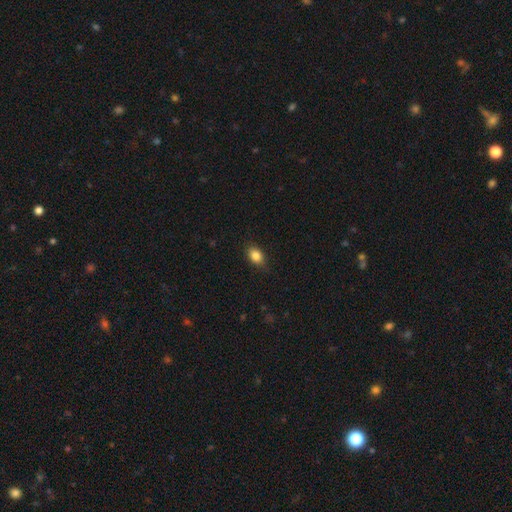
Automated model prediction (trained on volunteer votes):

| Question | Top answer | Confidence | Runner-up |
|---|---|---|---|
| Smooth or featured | smooth | 85% | star or artifact (9%) |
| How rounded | in between | 77% | round (21%) |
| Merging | none | 82% | minor disturbance (14%) |